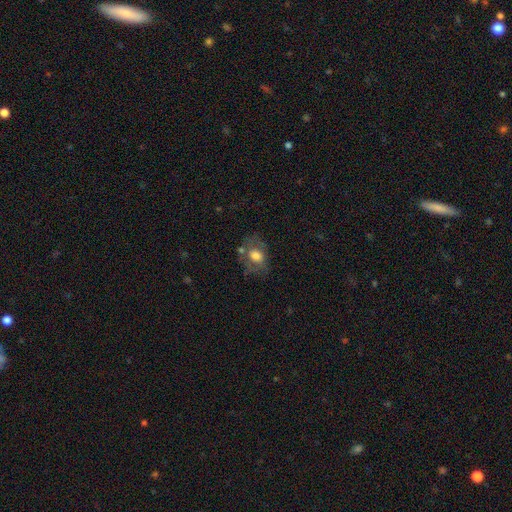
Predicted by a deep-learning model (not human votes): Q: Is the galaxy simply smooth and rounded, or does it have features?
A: smooth — 60%.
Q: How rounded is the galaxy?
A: in between — 57%.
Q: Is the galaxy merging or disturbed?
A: none — 53%.